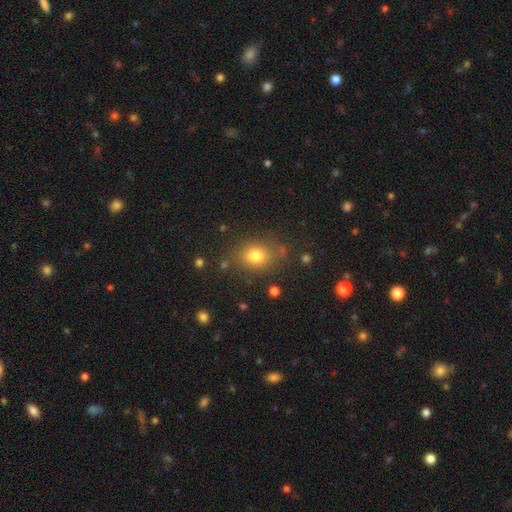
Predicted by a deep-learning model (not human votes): smooth 77%, star or artifact 14%, featured or disk 9%. Down the decision tree: how rounded — in between (49%, tied with round); merging — none (78%).